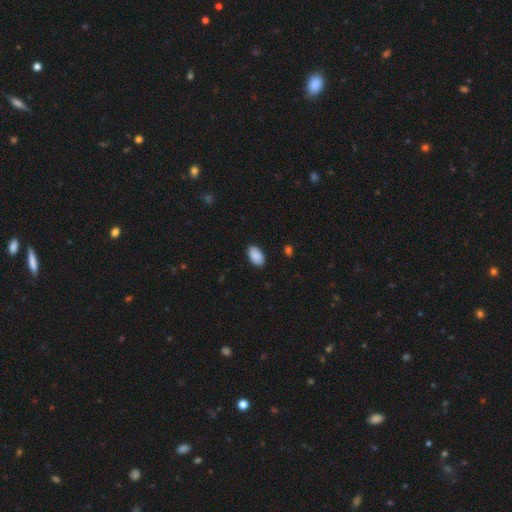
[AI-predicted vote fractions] Smooth or featured? Predicted: smooth (p=0.90). How rounded? Predicted: in between (p=0.95). Merging? Predicted: none (p=0.89).